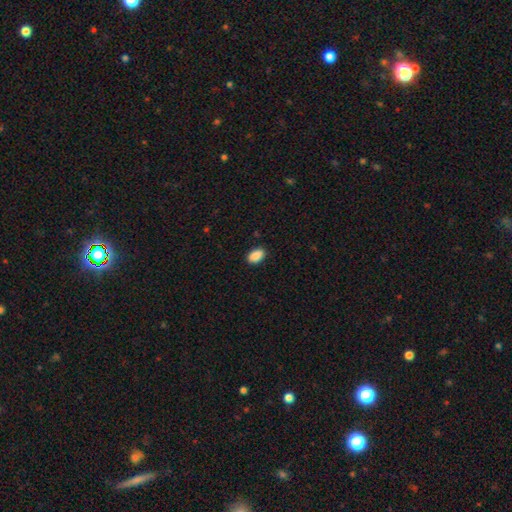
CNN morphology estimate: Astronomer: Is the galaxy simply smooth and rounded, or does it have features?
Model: smooth — 90%.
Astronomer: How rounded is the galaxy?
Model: in between — 90%.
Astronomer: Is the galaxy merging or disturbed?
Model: none — 87%.